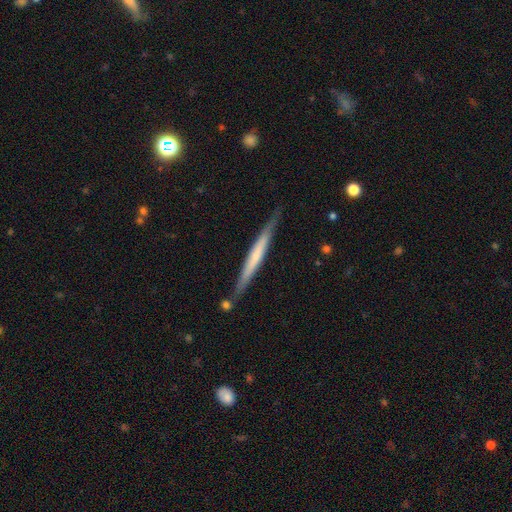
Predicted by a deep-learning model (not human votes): smooth_or_featured: featured or disk (p=0.52) [alt: smooth p=0.43]
disk_edge_on: yes (p=0.96) [alt: no p=0.04]
merging: none (p=0.84) [alt: minor disturbance p=0.12]